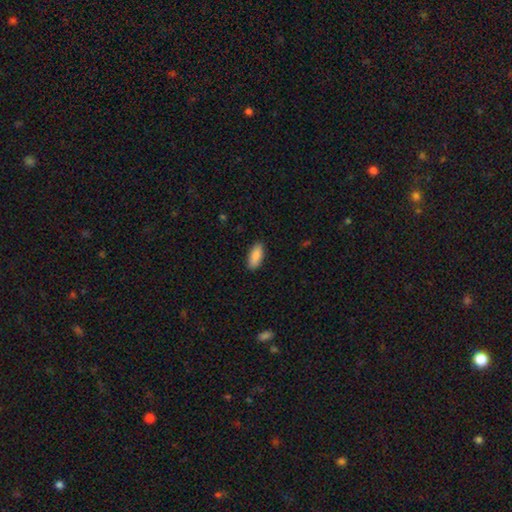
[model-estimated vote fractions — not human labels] Smooth or featured? smooth (89%)
How rounded? in between (83%)
Merging? none (89%)